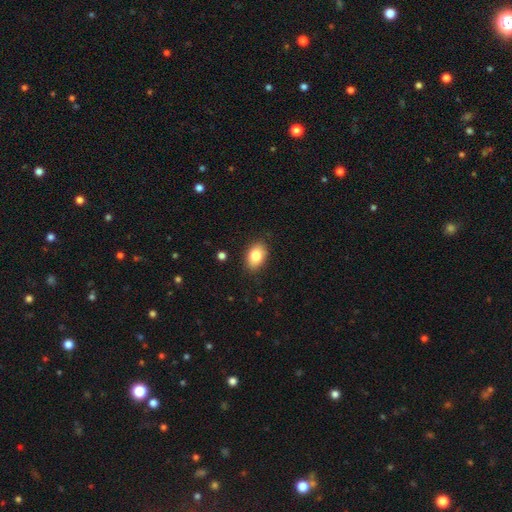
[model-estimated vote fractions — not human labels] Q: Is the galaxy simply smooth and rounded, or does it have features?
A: smooth — 84%.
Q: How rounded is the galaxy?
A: in between — 86%.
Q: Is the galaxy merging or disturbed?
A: none — 86%.